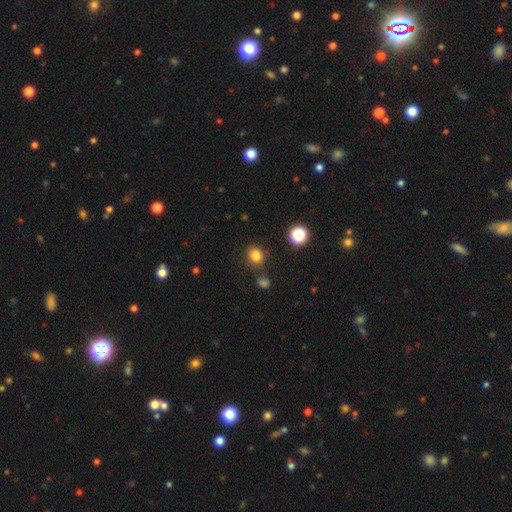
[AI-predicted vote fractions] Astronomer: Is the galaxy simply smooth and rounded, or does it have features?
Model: smooth — 80%.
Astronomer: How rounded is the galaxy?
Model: round — 66%.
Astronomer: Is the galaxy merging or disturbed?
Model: none — 77%.